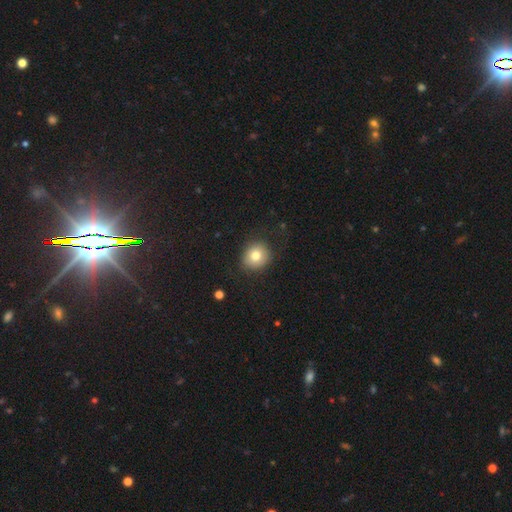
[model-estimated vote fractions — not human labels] Smooth or featured? Predicted: smooth (p=0.78). How rounded? Predicted: round (p=0.79). Merging? Predicted: none (p=0.82).